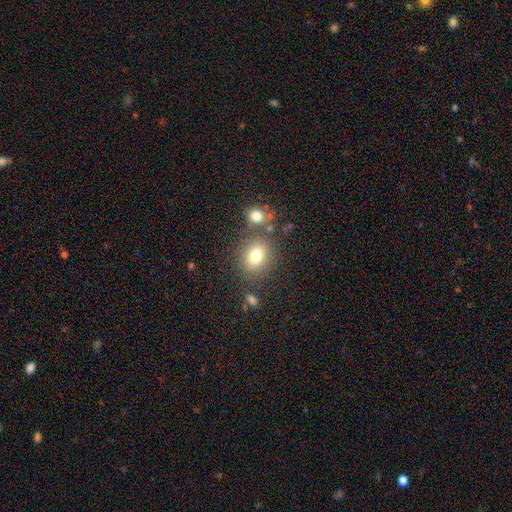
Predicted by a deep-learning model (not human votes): Overall: smooth (77%). How rounded: round (53%; in between 45%). Merging: none (71%).